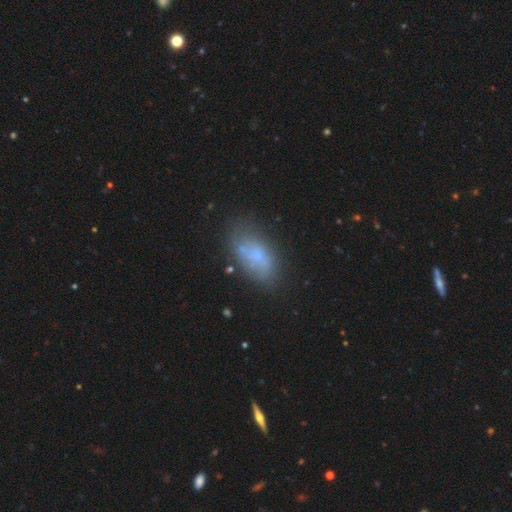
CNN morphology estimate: This appears to be a smooth galaxy with no disk features (54%) that is in between round and cigar-shaped (89%). Merging: none (58%).